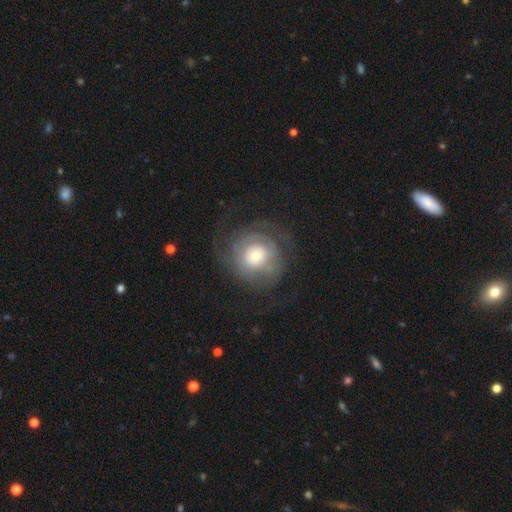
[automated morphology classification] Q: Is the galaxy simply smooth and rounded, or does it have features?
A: featured or disk — 61%.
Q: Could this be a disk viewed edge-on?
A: no — 96%.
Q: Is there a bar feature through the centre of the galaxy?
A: no — 84%.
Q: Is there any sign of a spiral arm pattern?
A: yes — 65%.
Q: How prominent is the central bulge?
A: moderate — 52%.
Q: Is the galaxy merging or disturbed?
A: none — 63%.